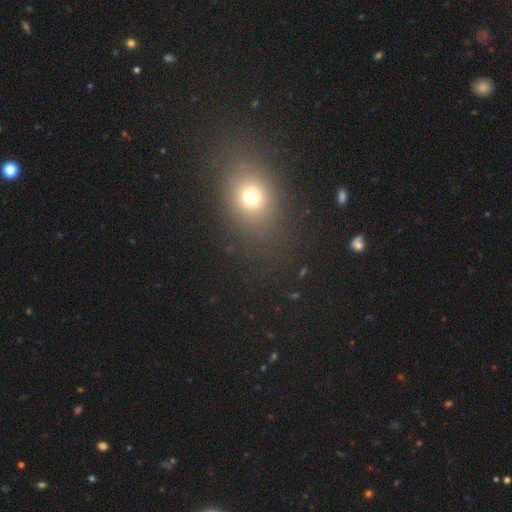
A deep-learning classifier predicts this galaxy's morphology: Smooth or featured?
  - smooth: 61% *
  - star or artifact: 29%
  - featured or disk: 10%
How rounded?
  - in between: 61% *
  - round: 36%
  - cigar-shaped: 3%
Merging?
  - none: 89% *
  - minor disturbance: 7%
  - major disturbance: 3%
  - merger: 1%